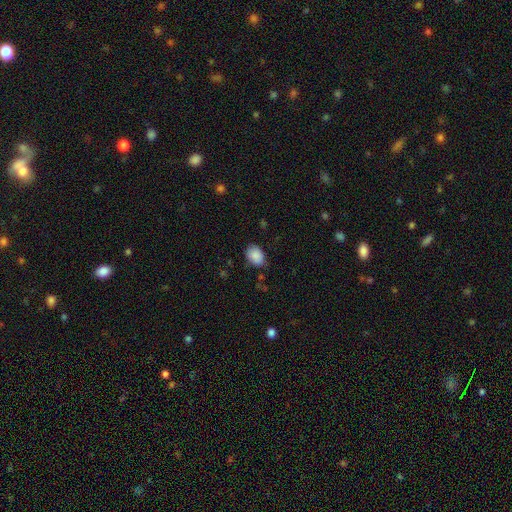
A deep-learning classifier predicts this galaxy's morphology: Overall: smooth (88%). How rounded: in between (79%). Merging: none (74%).